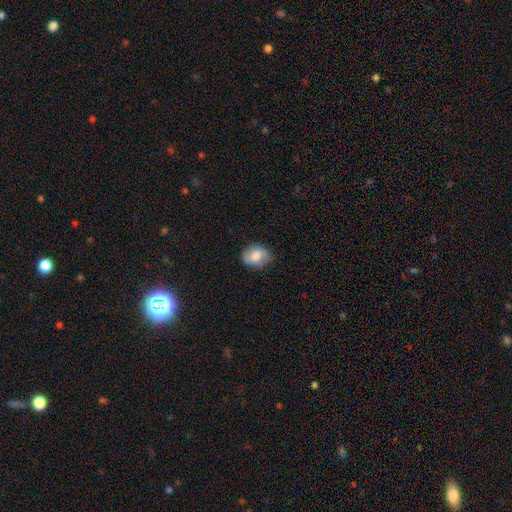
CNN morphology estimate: Q: Smooth or featured?
A: smooth (63%); runner-up: featured or disk (28%)
Q: How rounded?
A: in between (53%); runner-up: round (46%)
Q: Merging?
A: none (76%); runner-up: minor disturbance (18%)